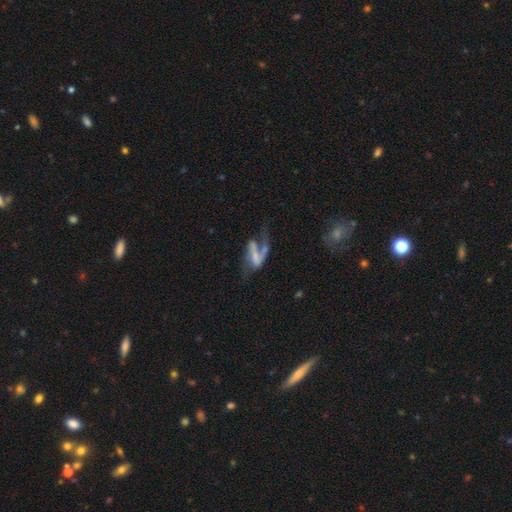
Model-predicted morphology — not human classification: smooth-or-featured: featured or disk: 64% | smooth: 27% | star or artifact: 9%
  disk-edge-on: no: 94% | yes: 6%
    bar: no: 40% | strong: 31% | weak: 29%
    has-spiral-arms: yes: 67% | no: 33%
    bulge-size: none: 46% | small: 31% | moderate: 16% | large: 5% | dominant: 2%
  merging: major disturbance: 45% | none: 24% | merger: 17% | minor disturbance: 14%